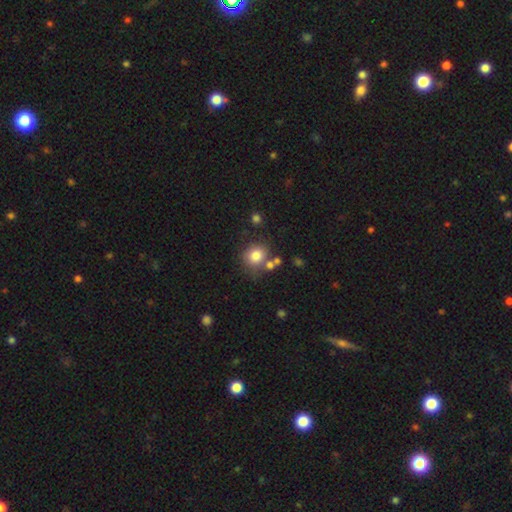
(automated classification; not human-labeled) Smooth or featured? smooth (80%)
How rounded? round (80%)
Merging? none (68%)